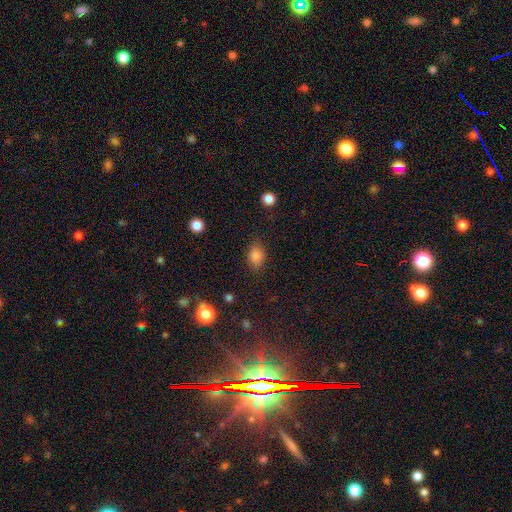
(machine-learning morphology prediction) A smooth galaxy with no disk features (83%) that is in between round and cigar-shaped (76%).

Vote fractions:
- Smooth or featured? smooth: 83% / star or artifact: 12% / featured or disk: 6%
- How rounded? in between: 76% / round: 22% / cigar-shaped: 2%
- Merging? none: 77% / minor disturbance: 17% / major disturbance: 4% / merger: 2%